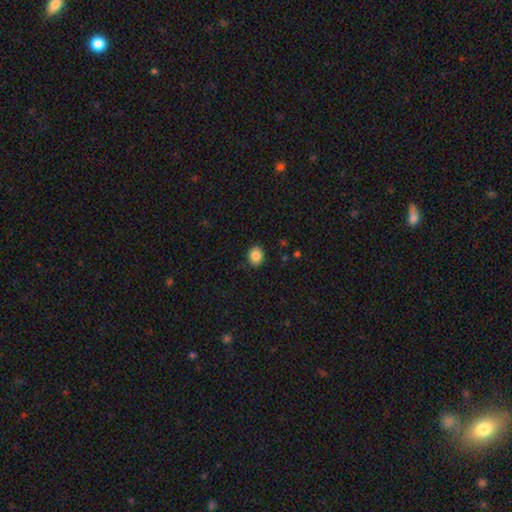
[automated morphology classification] Q: Smooth or featured?
A: smooth (86%); runner-up: star or artifact (9%)
Q: How rounded?
A: round (58%); runner-up: in between (41%)
Q: Merging?
A: none (89%); runner-up: minor disturbance (8%)